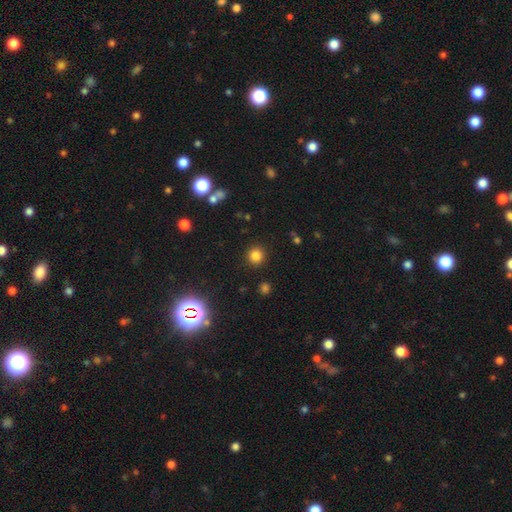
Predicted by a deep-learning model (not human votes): Smooth or featured? smooth (80%)
How rounded? round (93%)
Merging? none (91%)